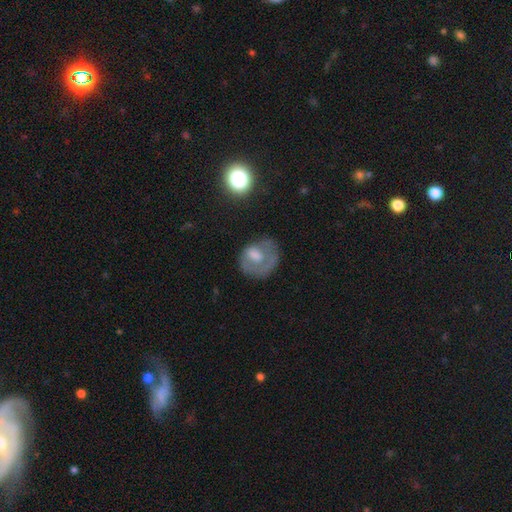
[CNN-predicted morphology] smooth 47%, featured or disk 43%, star or artifact 10%. Down the decision tree: merging — none (44%).